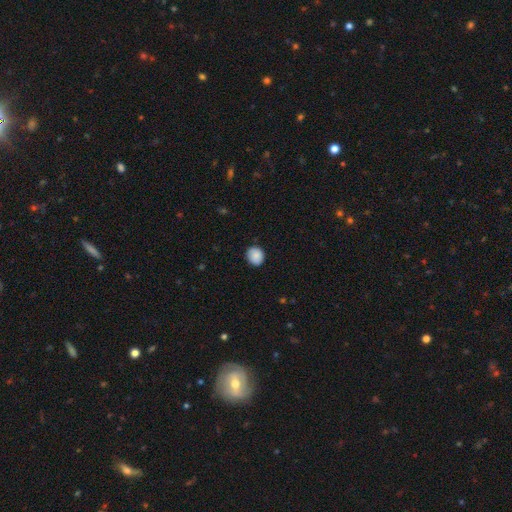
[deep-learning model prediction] A smooth galaxy with no disk features (88%) that is round (80%). Merging: none (85%).